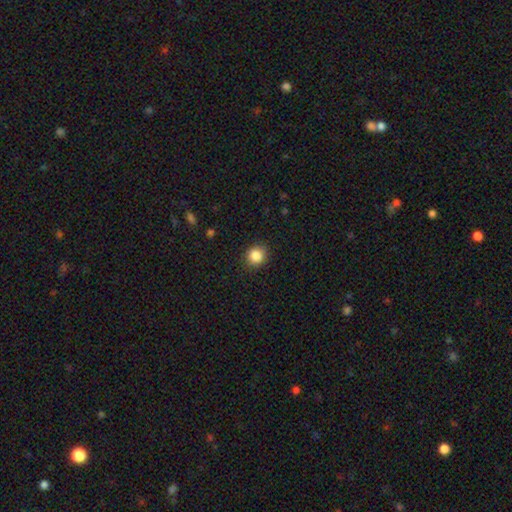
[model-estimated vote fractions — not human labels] Smooth or featured? smooth (85%)
How rounded? round (82%)
Merging? none (89%)